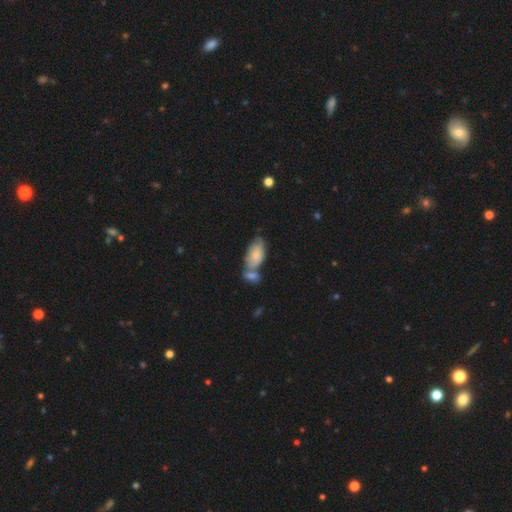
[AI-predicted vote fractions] A smooth galaxy with no disk features (72%) that is in between round and cigar-shaped (93%). Merging: merger (44%).